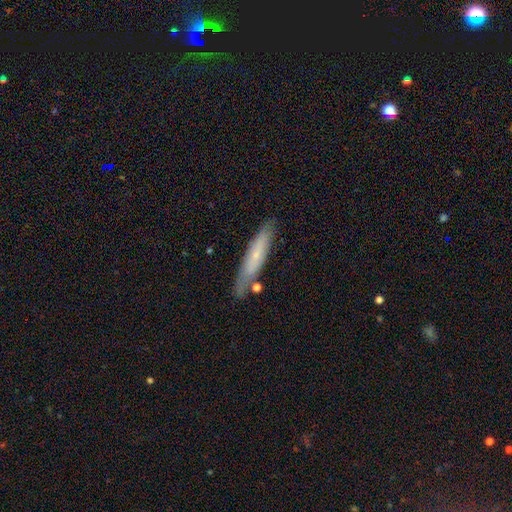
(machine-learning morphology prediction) The model was most divided on "smooth or featured": smooth: 57%, featured or disk: 37%, star or artifact: 7%. More confident: how rounded — cigar-shaped (89%); merging — none (77%).